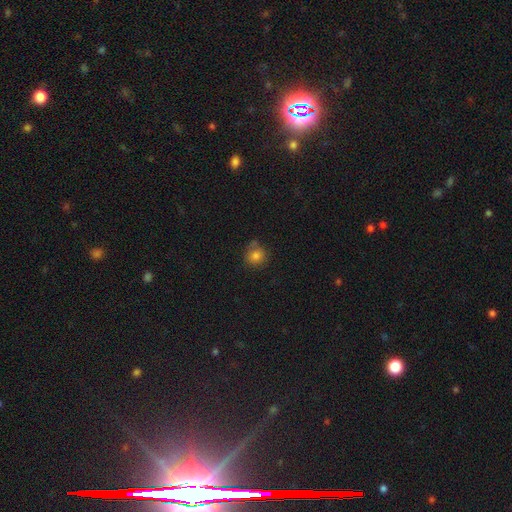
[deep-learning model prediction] Overall: smooth (81%). How rounded: round (88%). Merging: none (68%).